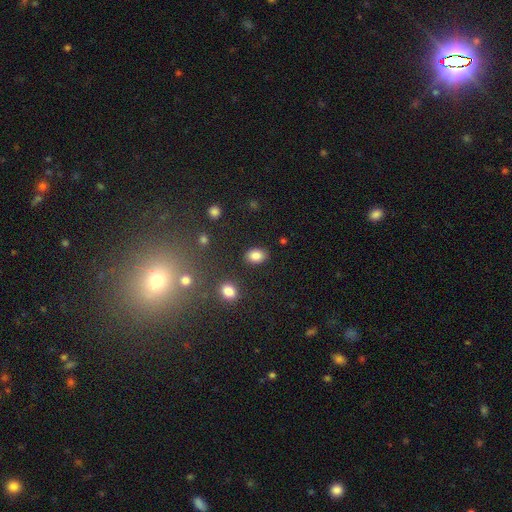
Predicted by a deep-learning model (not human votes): Smooth or featured? smooth (85%)
How rounded? in between (73%)
Merging? none (86%)